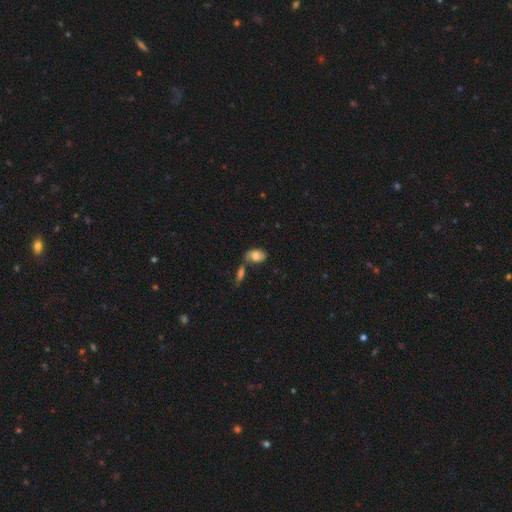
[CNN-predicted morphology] Smooth or featured? Predicted: smooth (p=0.70). How rounded? Predicted: in between (p=0.86). Merging? Predicted: none (p=0.45).